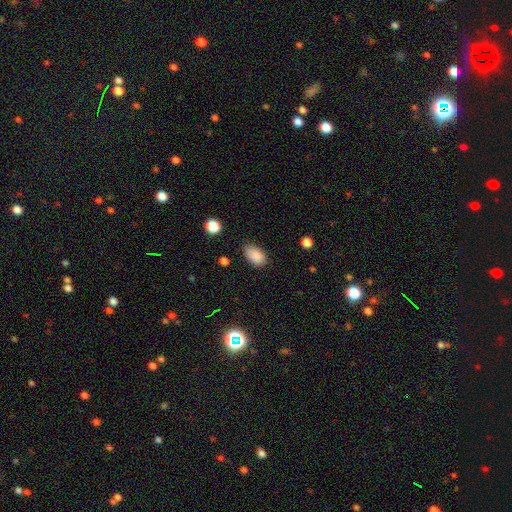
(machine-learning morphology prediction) The model was most divided on "merging": none: 67%, minor disturbance: 27%, major disturbance: 5%, merger: 2%. More confident: how rounded — in between (91%); smooth or featured — smooth (87%).